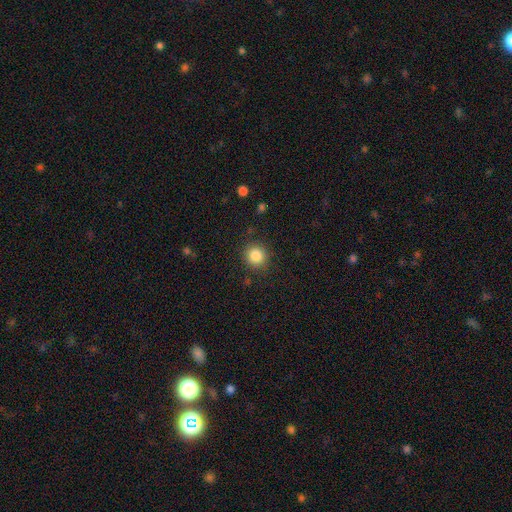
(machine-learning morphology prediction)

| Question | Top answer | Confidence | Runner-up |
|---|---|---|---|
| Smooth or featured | smooth | 85% | star or artifact (10%) |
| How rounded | round | 90% | in between (9%) |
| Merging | none | 87% | minor disturbance (8%) |